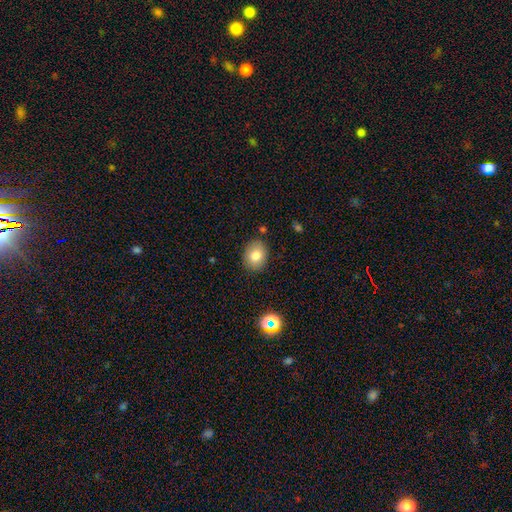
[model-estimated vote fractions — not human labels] smooth-or-featured: smooth: 79% | featured or disk: 11% | star or artifact: 10%
  how-rounded: in between: 52% | round: 47% | cigar-shaped: 1%
  merging: none: 86% | minor disturbance: 10% | major disturbance: 2% | merger: 2%